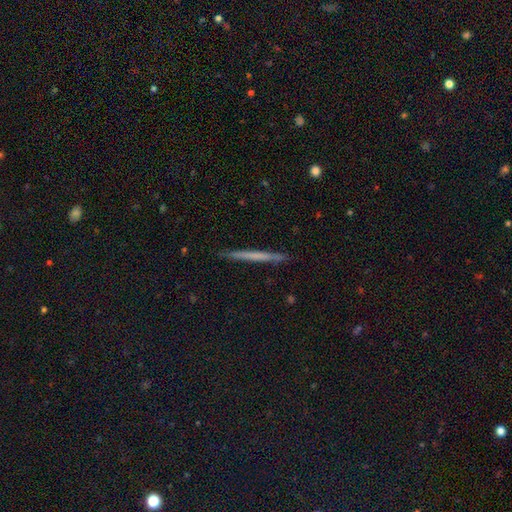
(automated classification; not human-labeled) Q: Smooth or featured?
A: smooth (47%); tied with: featured or disk (47%)
Q: Merging?
A: none (92%); runner-up: minor disturbance (6%)